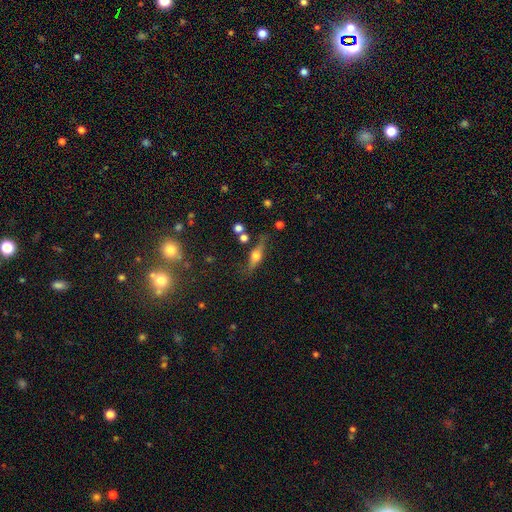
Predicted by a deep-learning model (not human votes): Smooth or featured: featured or disk — 54% (smooth — 37%)
Edge-on disk: yes — 89% (no — 11%)
Merging: none — 72% (minor disturbance — 17%)